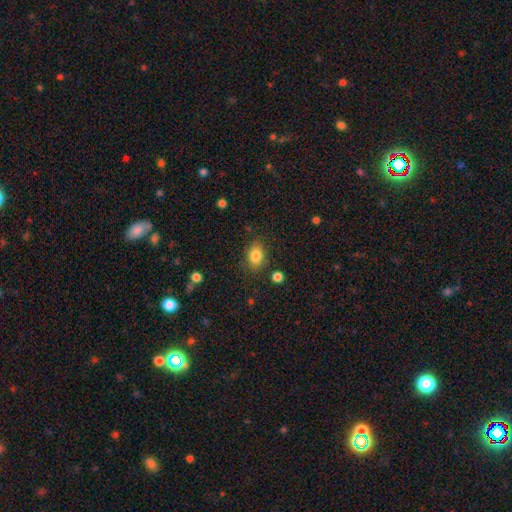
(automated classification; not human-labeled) Smooth or featured: smooth — 83% (star or artifact — 9%)
How rounded: in between — 74% (round — 25%)
Merging: none — 81% (minor disturbance — 13%)